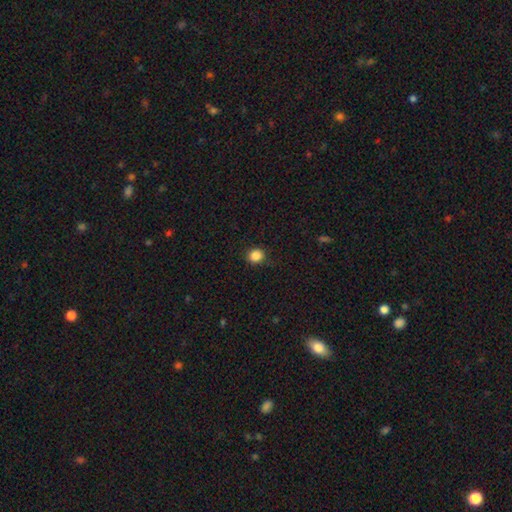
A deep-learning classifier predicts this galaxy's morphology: Smooth or featured? smooth (86%)
How rounded? round (85%)
Merging? none (88%)